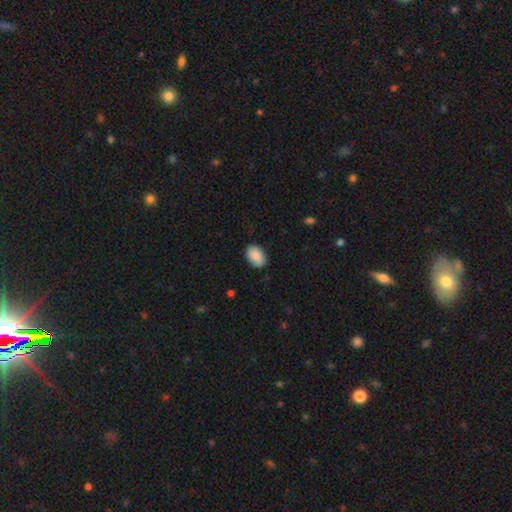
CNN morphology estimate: Smooth or featured? smooth (89%)
How rounded? in between (86%)
Merging? none (85%)